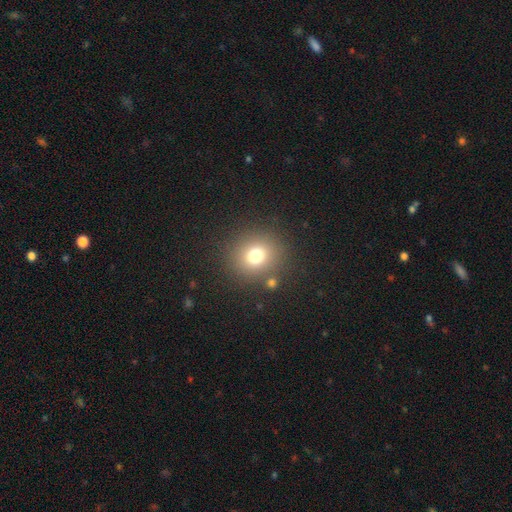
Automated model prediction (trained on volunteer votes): Overall: smooth (74%). How rounded: round (86%). Merging: none (84%).